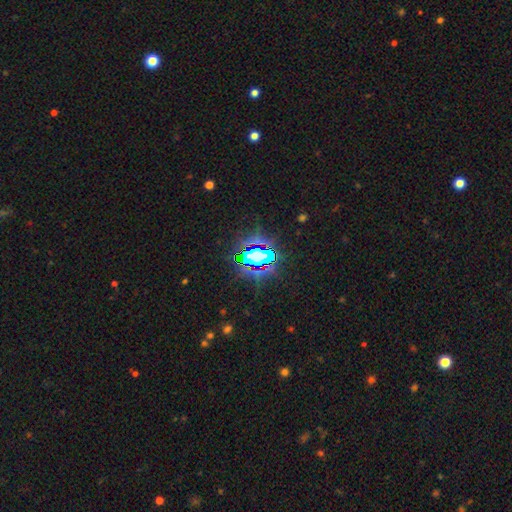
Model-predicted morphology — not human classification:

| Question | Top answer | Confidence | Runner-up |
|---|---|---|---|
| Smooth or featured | star or artifact | 65% | smooth (21%) |